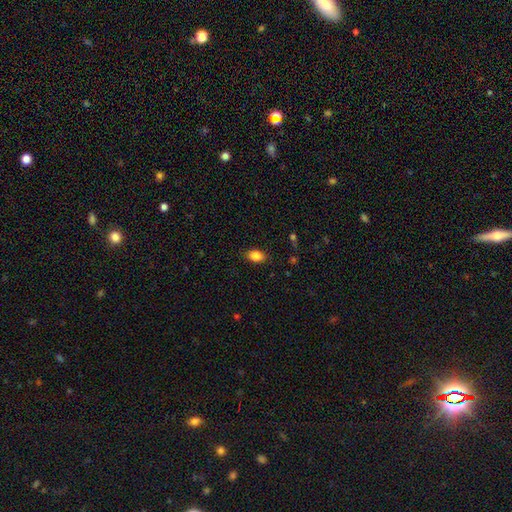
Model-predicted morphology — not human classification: This is clearly a smooth galaxy (86%). How rounded: clearly in between (86%). Merging: clearly none (84%).